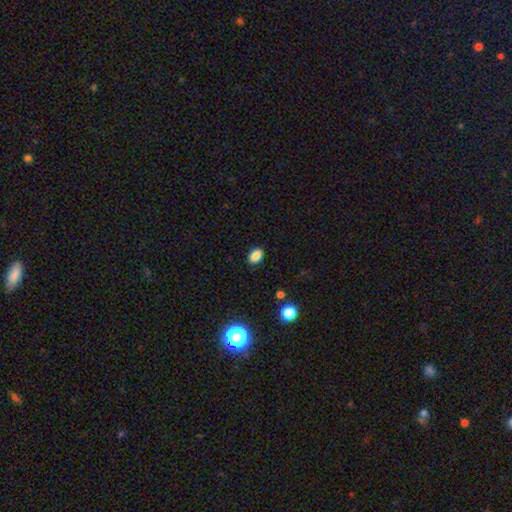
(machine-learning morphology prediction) The model was most divided on "how rounded": in between: 81%, round: 18%, cigar-shaped: 1%. More confident: merging — none (88%); smooth or featured — smooth (86%).